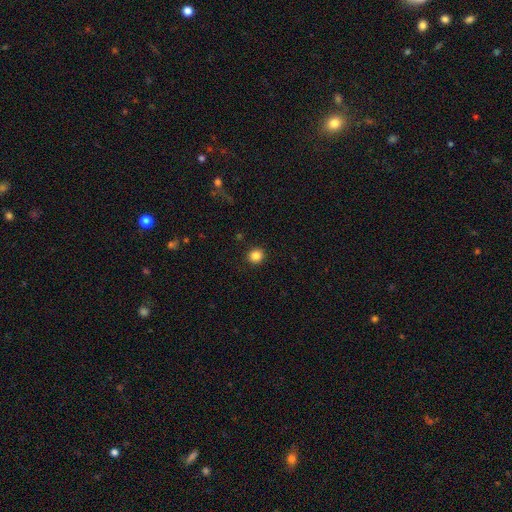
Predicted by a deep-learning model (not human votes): The model was most divided on "smooth or featured": smooth: 85%, star or artifact: 11%, featured or disk: 4%. More confident: merging — none (92%); how rounded — round (91%).